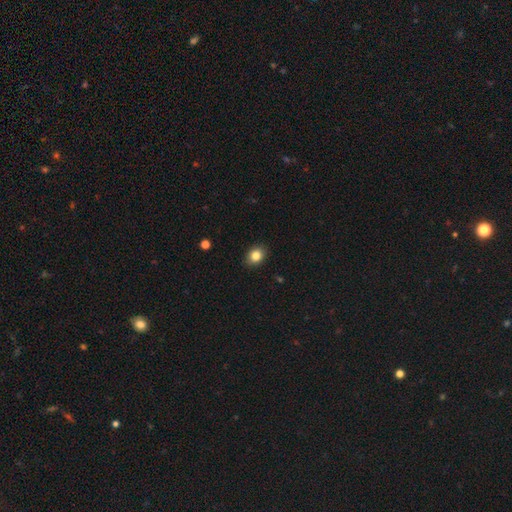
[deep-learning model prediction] smooth-or-featured: smooth: 84% | star or artifact: 10% | featured or disk: 7%
  how-rounded: in between: 54% | round: 45% | cigar-shaped: 1%
  merging: none: 89% | minor disturbance: 8% | major disturbance: 2% | merger: 1%